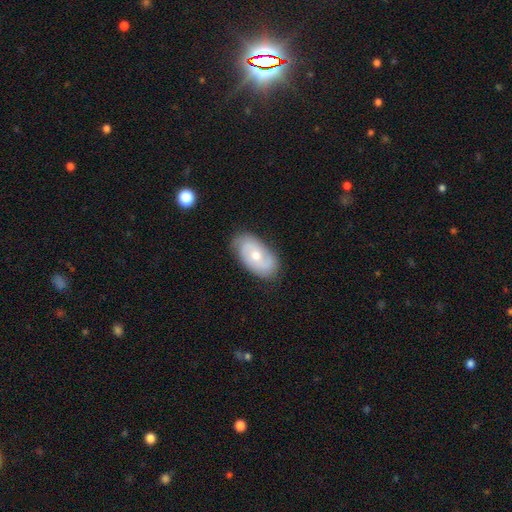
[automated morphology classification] smooth_or_featured: featured or disk (p=0.59) [alt: smooth p=0.35]
disk_edge_on: no (p=0.94) [alt: yes p=0.06]
bar: no (p=0.67) [alt: weak p=0.28]
has_spiral_arms: yes (p=0.80) [alt: no p=0.20]
bulge_size: moderate (p=0.64) [alt: small p=0.31]
merging: none (p=0.79) [alt: minor disturbance p=0.16]